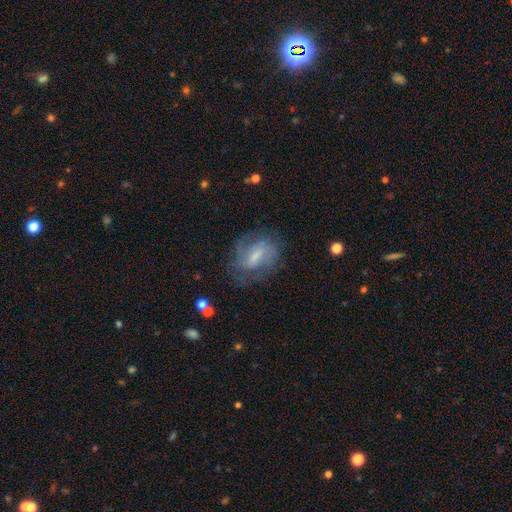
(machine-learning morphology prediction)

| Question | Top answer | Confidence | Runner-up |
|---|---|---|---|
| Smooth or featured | featured or disk | 66% | smooth (26%) |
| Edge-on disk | no | 95% | yes (5%) |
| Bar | weak | 53% | strong (29%) |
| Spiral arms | yes | 83% | no (17%) |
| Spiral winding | medium | 42% | tied: tight (42%) |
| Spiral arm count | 2 | 46% | can't tell (33%) |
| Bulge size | small | 43% | moderate (31%) |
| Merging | none | 68% | minor disturbance (19%) |